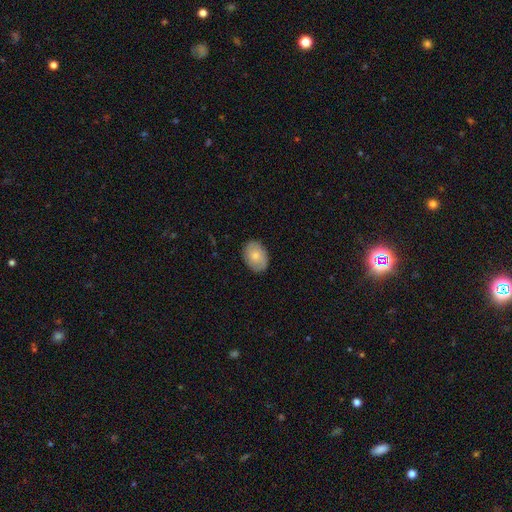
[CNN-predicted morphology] Smooth or featured? Predicted: smooth (p=0.77). How rounded? Predicted: in between (p=0.74). Merging? Predicted: none (p=0.85).